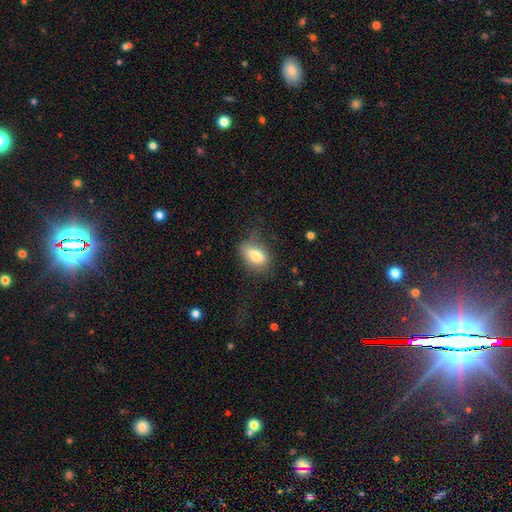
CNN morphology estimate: A smooth galaxy with no disk features (77%) that is in between round and cigar-shaped (86%). Merging: none (56%).